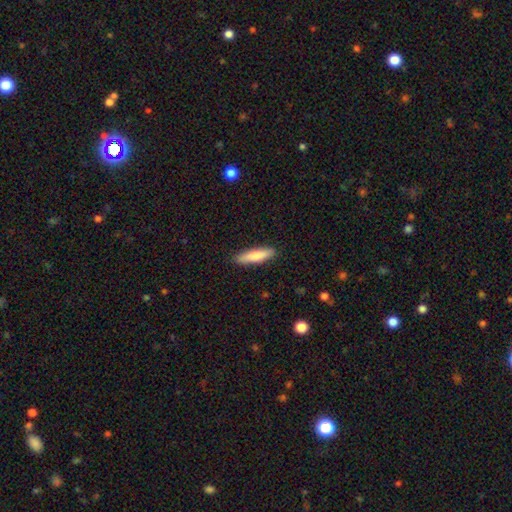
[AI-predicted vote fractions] A smooth galaxy with no disk features (80%) that is cigar-shaped (76%). Merging: none (90%).